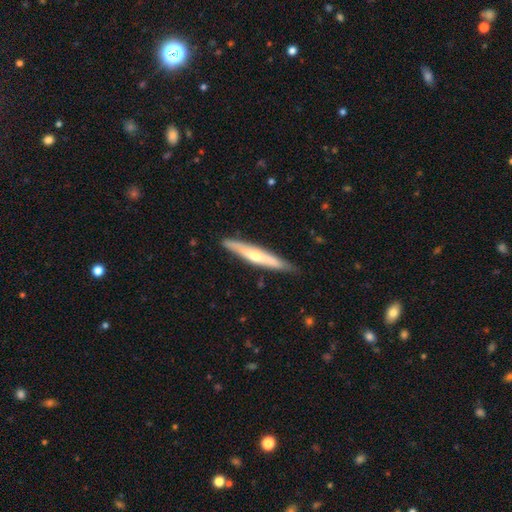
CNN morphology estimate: Q: Smooth or featured?
A: featured or disk (58%); runner-up: smooth (37%)
Q: Edge-on disk?
A: yes (92%); runner-up: no (8%)
Q: Edge-on bulge?
A: rounded (82%); runner-up: none (15%)
Q: Merging?
A: none (87%); runner-up: minor disturbance (10%)